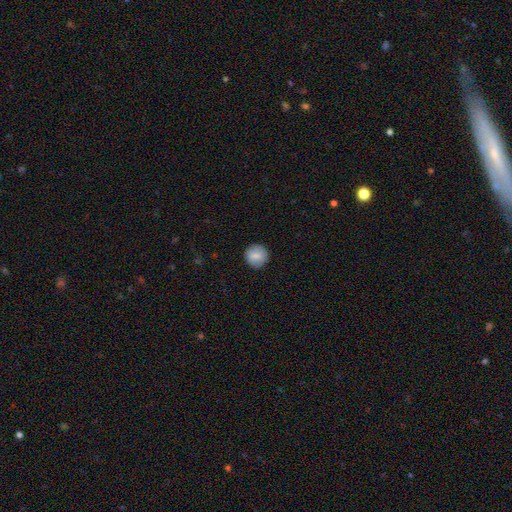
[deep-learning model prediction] A smooth galaxy with no disk features (81%) that is round (93%).

Vote fractions:
- Smooth or featured? smooth: 81% / featured or disk: 11% / star or artifact: 7%
- How rounded? round: 93% / in between: 6% / cigar-shaped: 1%
- Merging? none: 90% / minor disturbance: 7% / major disturbance: 2% / merger: 1%